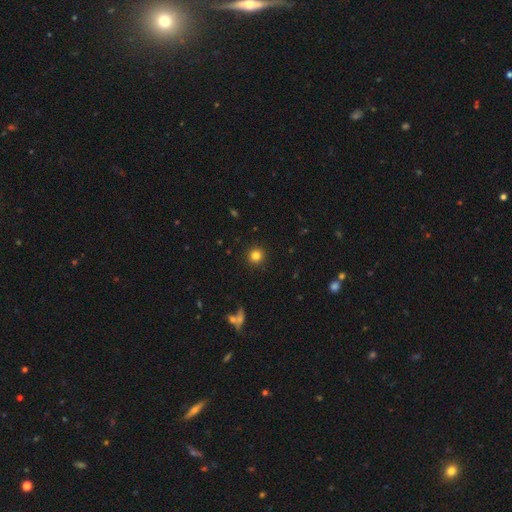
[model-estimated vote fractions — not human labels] This appears to be a smooth galaxy with no disk features (82%) that is round (94%). Merging: none (92%).